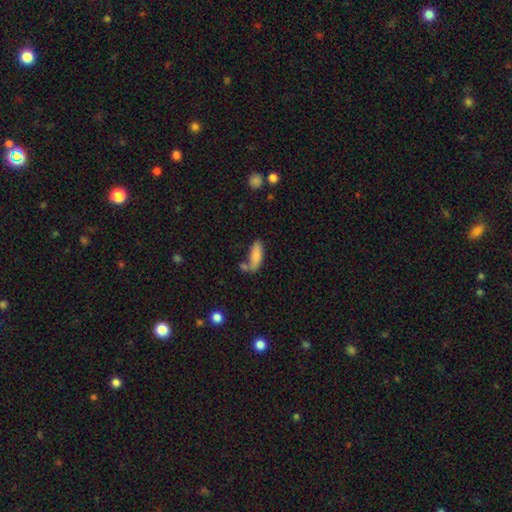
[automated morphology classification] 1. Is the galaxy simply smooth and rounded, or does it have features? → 81% smooth, 12% featured or disk, 7% star or artifact.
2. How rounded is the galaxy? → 61% in between, 37% cigar-shaped, 2% round.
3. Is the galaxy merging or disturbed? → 55% none, 21% minor disturbance, 18% merger, 6% major disturbance.